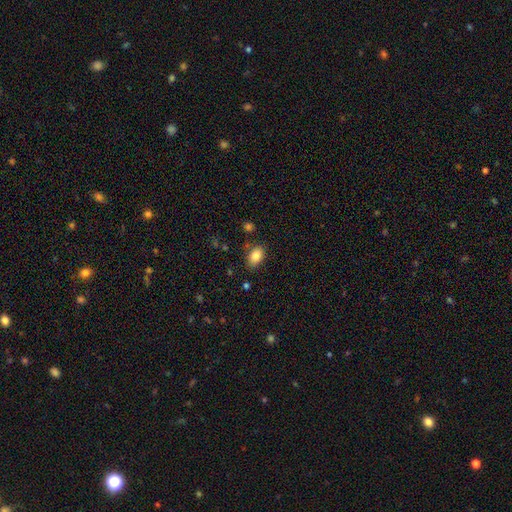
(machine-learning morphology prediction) The model was most divided on "merging": none: 82%, minor disturbance: 12%, merger: 3%, major disturbance: 3%. More confident: how rounded — in between (87%); smooth or featured — smooth (85%).